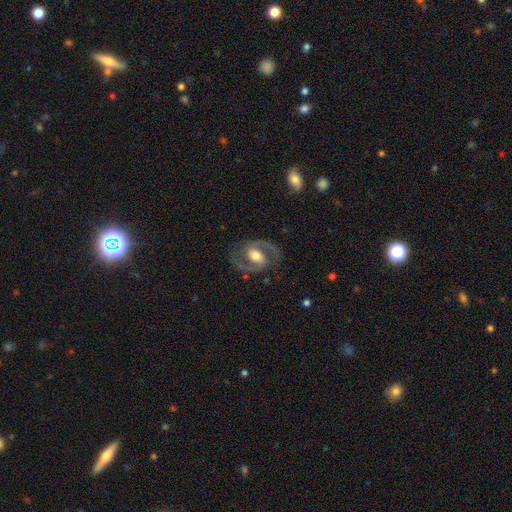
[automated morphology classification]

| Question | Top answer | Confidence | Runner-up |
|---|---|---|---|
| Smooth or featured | featured or disk | 90% | smooth (6%) |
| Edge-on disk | no | 98% | yes (2%) |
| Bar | weak | 44% | no (31%) |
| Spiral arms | yes | 97% | no (3%) |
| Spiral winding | medium | 65% | tight (21%) |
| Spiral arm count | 2 | 94% | can't tell (2%) |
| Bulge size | moderate | 64% | large (18%) |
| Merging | none | 83% | minor disturbance (11%) |